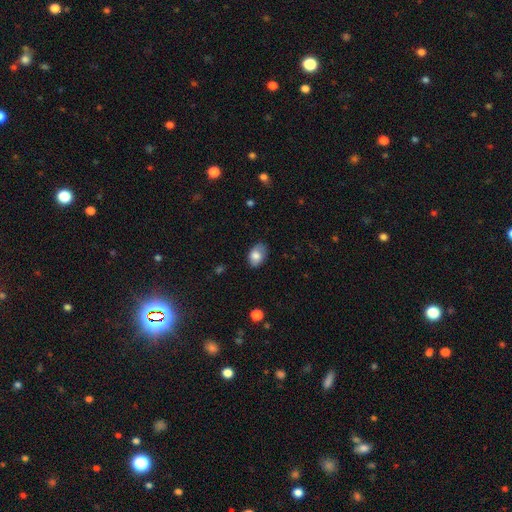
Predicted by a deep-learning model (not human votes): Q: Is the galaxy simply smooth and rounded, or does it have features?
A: smooth — 78%.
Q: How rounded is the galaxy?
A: in between — 87%.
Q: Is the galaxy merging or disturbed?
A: none — 74%.